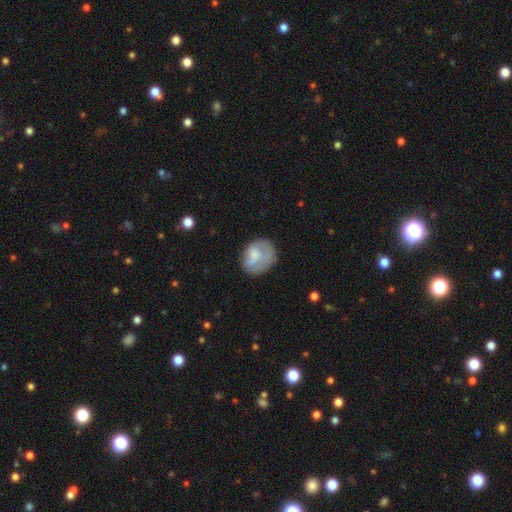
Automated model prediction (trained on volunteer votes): The model was most divided on "merging": none: 50%, minor disturbance: 27%, major disturbance: 19%, merger: 4%. More confident: smooth or featured — smooth (63%); how rounded — round (62%).